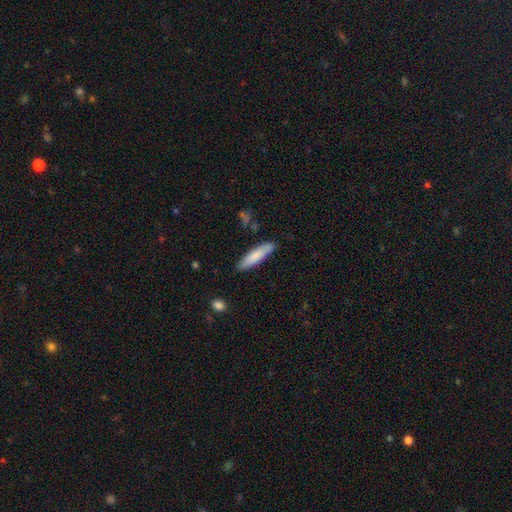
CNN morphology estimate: smooth_or_featured: smooth (p=0.80) [alt: featured or disk p=0.14]
how_rounded: cigar-shaped (p=0.75) [alt: in between p=0.23]
merging: none (p=0.83) [alt: minor disturbance p=0.12]